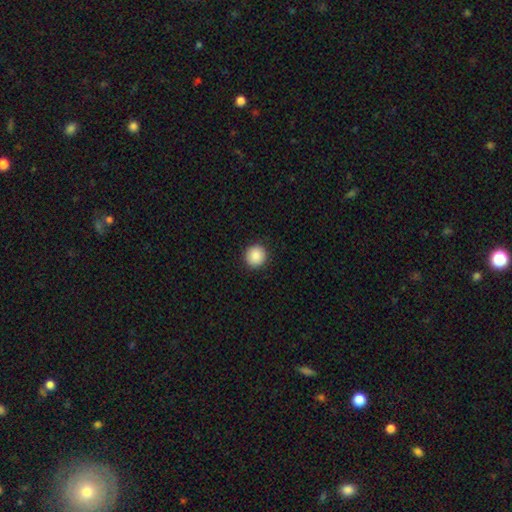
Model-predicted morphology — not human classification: A smooth galaxy with no disk features (88%) that is round (94%). Merging: none (93%).